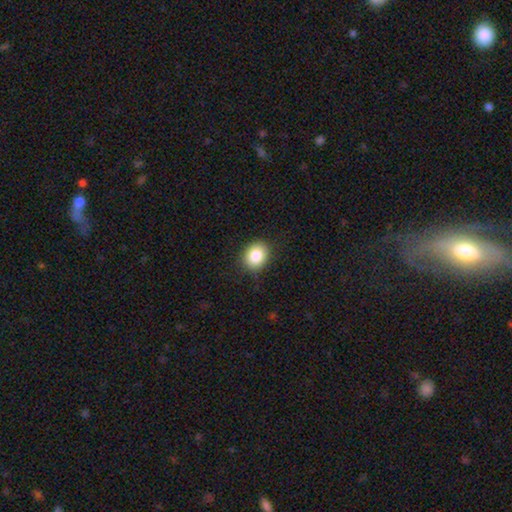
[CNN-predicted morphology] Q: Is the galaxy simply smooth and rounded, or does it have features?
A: smooth — 84%.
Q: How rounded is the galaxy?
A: round — 55%.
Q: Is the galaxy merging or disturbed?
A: none — 86%.